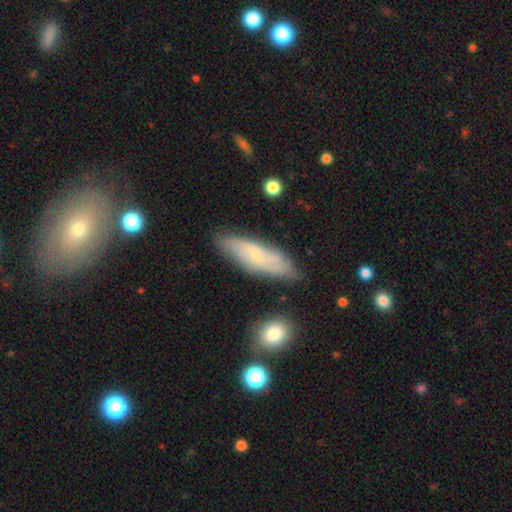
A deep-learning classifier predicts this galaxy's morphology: Smooth or featured: featured or disk — 49% (smooth — 43%)
Merging: none — 77% (minor disturbance — 16%)